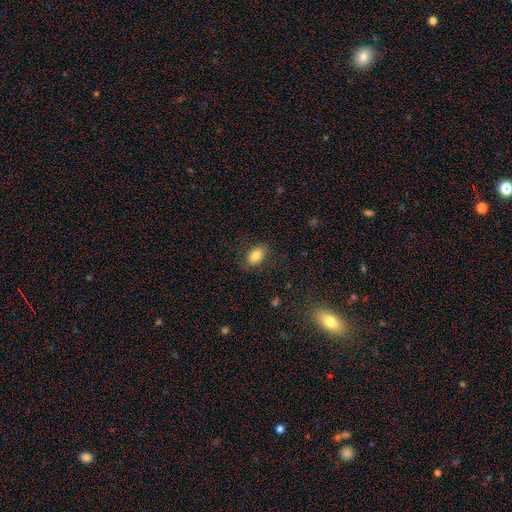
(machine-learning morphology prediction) This is clearly a smooth galaxy (83%). How rounded: clearly in between (87%). Merging: clearly none (83%).